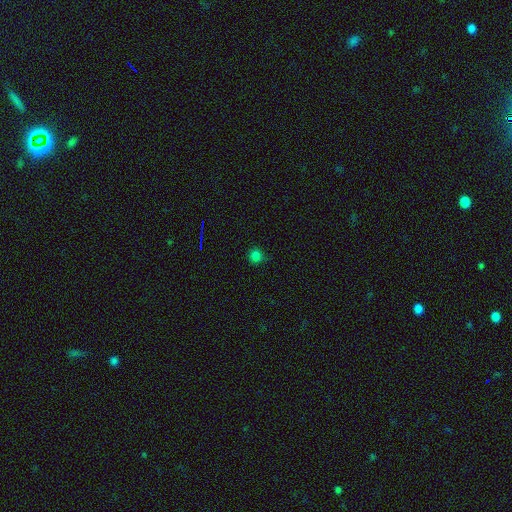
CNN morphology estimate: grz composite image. It shows a smooth galaxy with no disk features (77%) that is round (91%). Merging: none (84%).